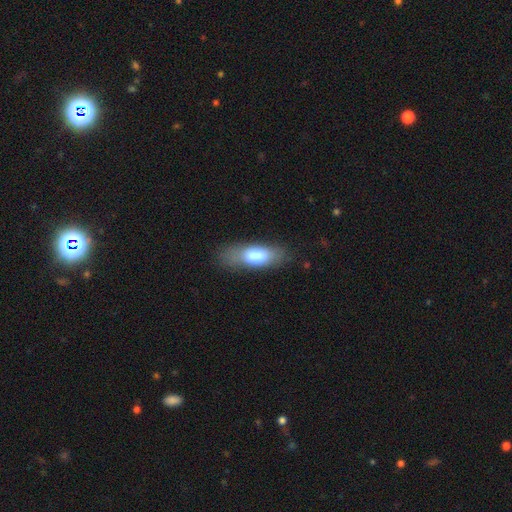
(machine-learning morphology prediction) Smooth or featured: smooth — 76% (featured or disk — 17%)
How rounded: in between — 69% (cigar-shaped — 28%)
Merging: none — 72% (minor disturbance — 18%)